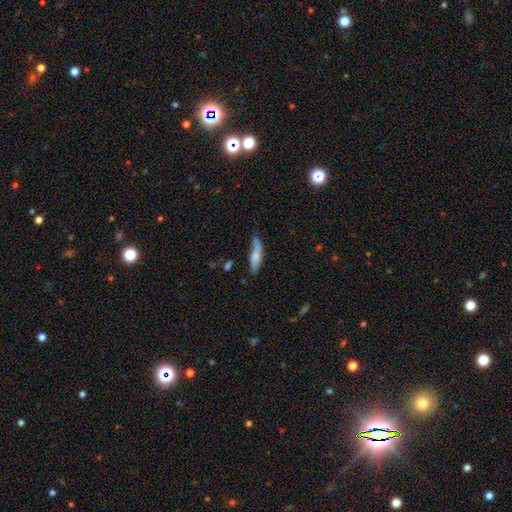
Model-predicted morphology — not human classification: This is likely a smooth galaxy (67%). How rounded: likely cigar-shaped (74%). Merging: possibly none (57%).